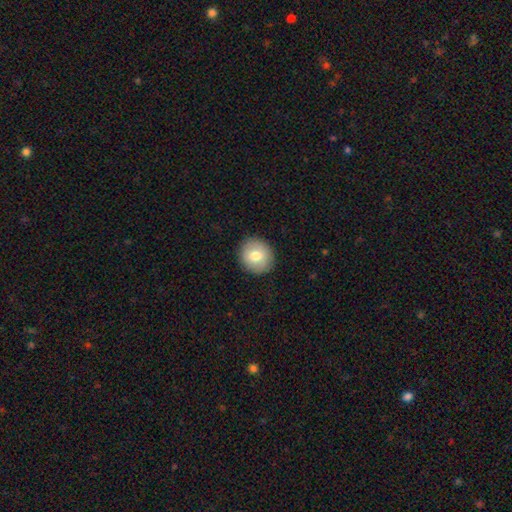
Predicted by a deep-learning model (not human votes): Q: Smooth or featured?
A: smooth (76%); runner-up: featured or disk (16%)
Q: How rounded?
A: round (85%); runner-up: in between (14%)
Q: Merging?
A: none (90%); runner-up: minor disturbance (7%)